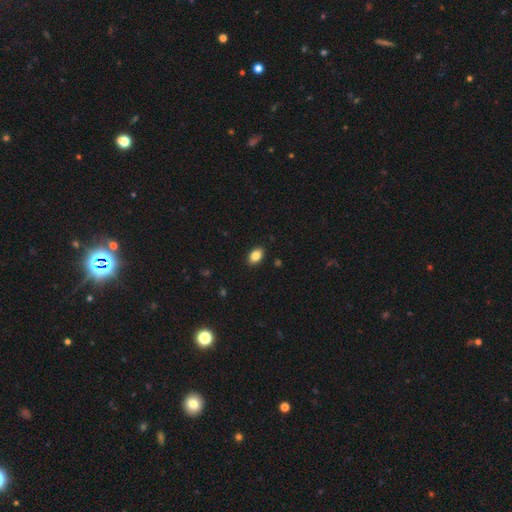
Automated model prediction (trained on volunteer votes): This is clearly a smooth galaxy (86%). How rounded: clearly in between (88%). Merging: clearly none (90%).